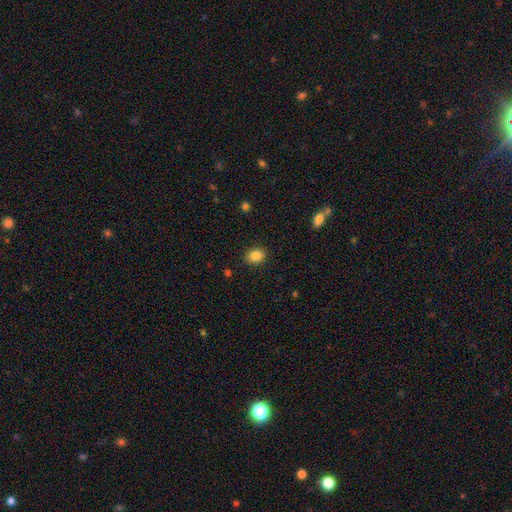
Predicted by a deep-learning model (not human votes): Smooth or featured? Predicted: smooth (p=0.85). How rounded? Predicted: in between (p=0.62). Merging? Predicted: none (p=0.87).